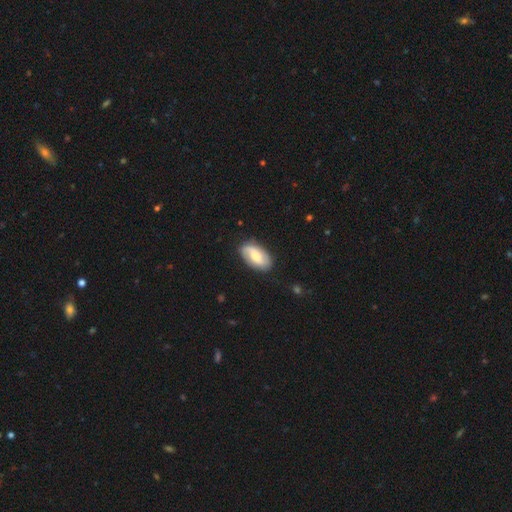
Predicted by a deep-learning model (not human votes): Smooth or featured? featured or disk (49%)
Merging? none (80%)